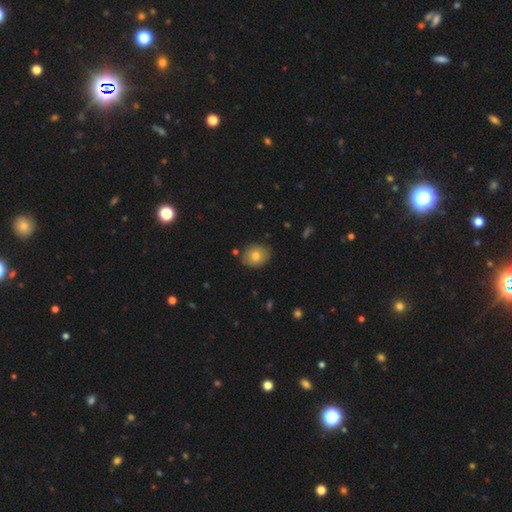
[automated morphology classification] type=smooth (77%); roundness=round (54%); merging=none (82%).